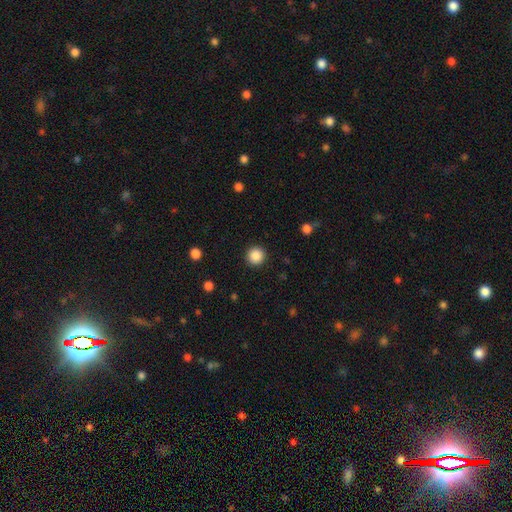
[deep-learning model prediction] Smooth or featured? Predicted: smooth (p=0.88). How rounded? Predicted: round (p=0.95). Merging? Predicted: none (p=0.92).